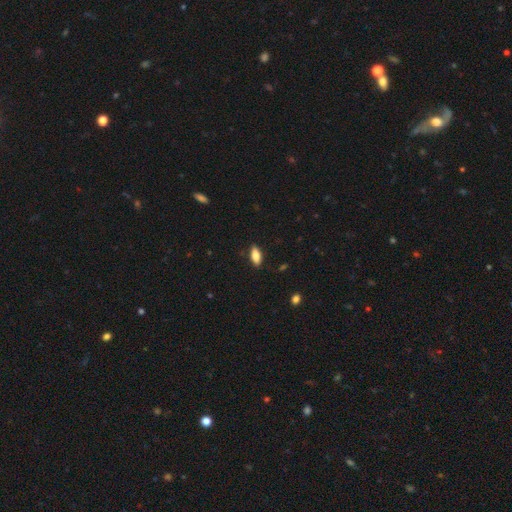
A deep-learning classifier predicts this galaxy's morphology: Smooth or featured: smooth — 80% (featured or disk — 13%)
How rounded: in between — 81% (cigar-shaped — 17%)
Merging: none — 87% (minor disturbance — 10%)